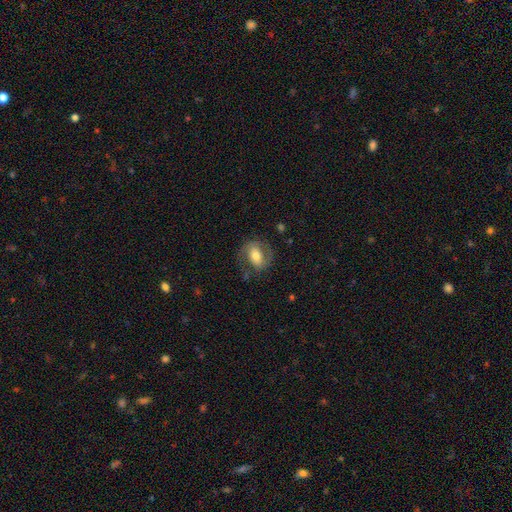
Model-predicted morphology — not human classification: This appears to be a featured or disk galaxy (53%). Merging: none (67%).